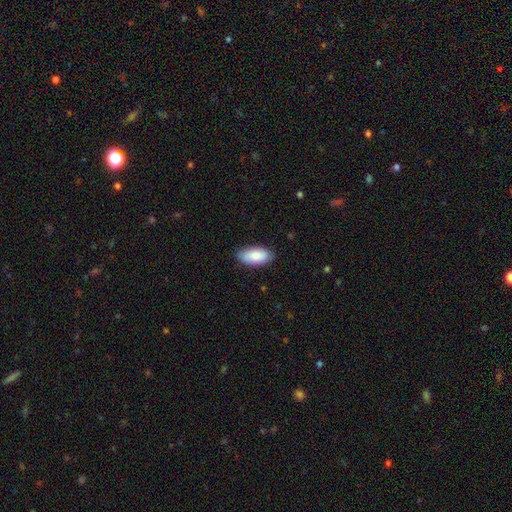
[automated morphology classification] Smooth or featured: smooth — 83% (featured or disk — 11%)
How rounded: in between — 93% (cigar-shaped — 5%)
Merging: none — 84% (minor disturbance — 13%)